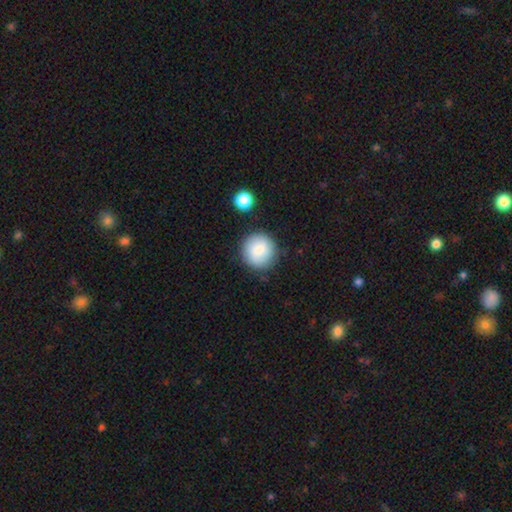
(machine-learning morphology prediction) Smooth or featured? smooth (82%)
How rounded? round (94%)
Merging? none (84%)